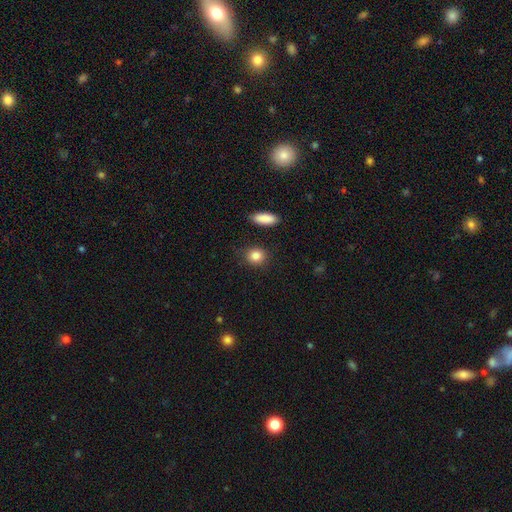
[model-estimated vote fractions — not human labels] smooth_or_featured: smooth (p=0.86) [alt: star or artifact p=0.09]
how_rounded: round (p=0.68) [alt: in between p=0.30]
merging: none (p=0.87) [alt: minor disturbance p=0.09]